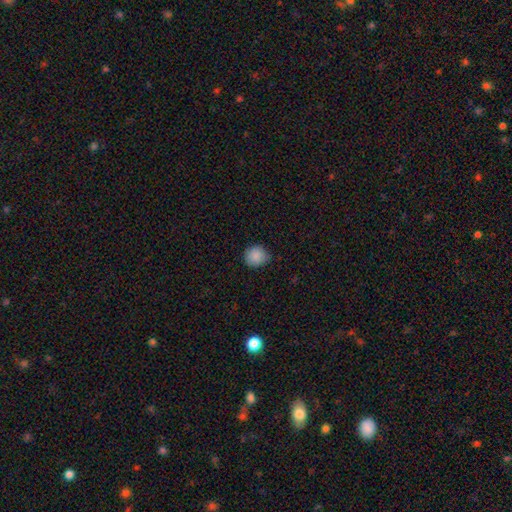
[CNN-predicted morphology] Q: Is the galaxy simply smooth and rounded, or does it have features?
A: smooth — 88%.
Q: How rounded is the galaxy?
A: round — 86%.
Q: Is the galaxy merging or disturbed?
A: none — 81%.